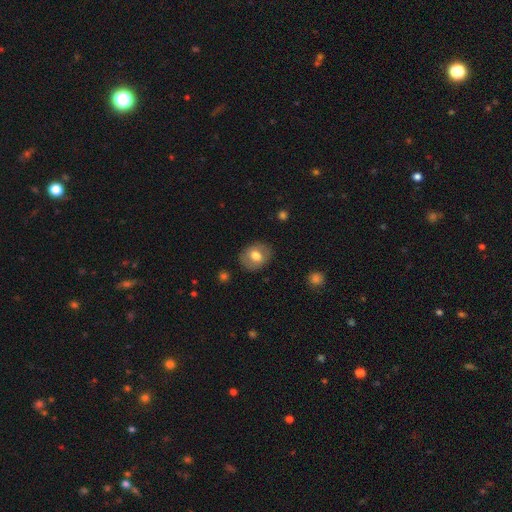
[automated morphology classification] A smooth galaxy with no disk features (65%) that is round (53%). Merging: none (85%).